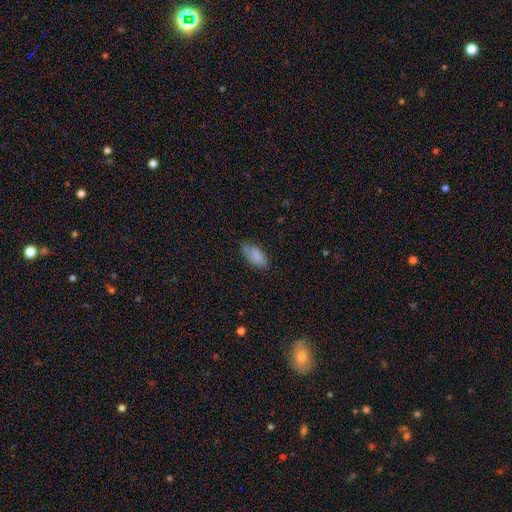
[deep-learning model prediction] This appears to be a smooth galaxy with no disk features (80%) that is in between round and cigar-shaped (91%). Merging: none (61%).